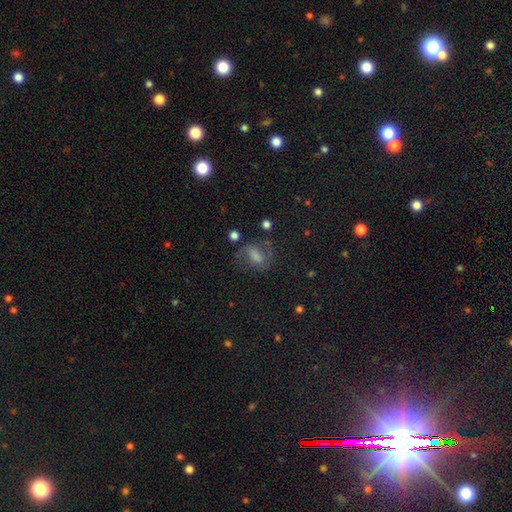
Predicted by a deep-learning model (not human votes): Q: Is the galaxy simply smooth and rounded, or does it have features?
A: featured or disk — 45%.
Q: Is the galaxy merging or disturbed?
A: none — 63%.